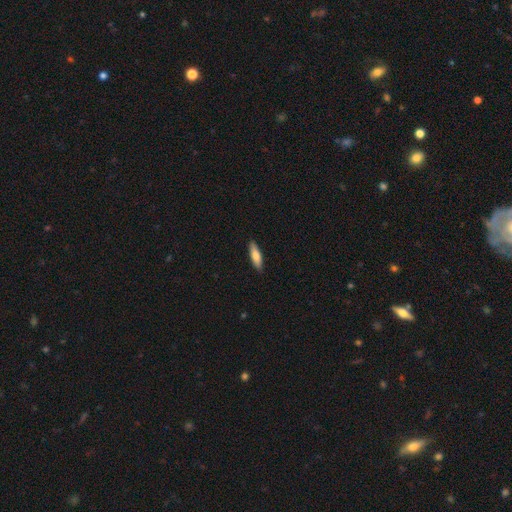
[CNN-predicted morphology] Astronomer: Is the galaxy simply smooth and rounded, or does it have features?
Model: smooth — 72%.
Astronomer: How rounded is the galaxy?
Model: cigar-shaped — 63%.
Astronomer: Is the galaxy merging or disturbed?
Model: none — 90%.